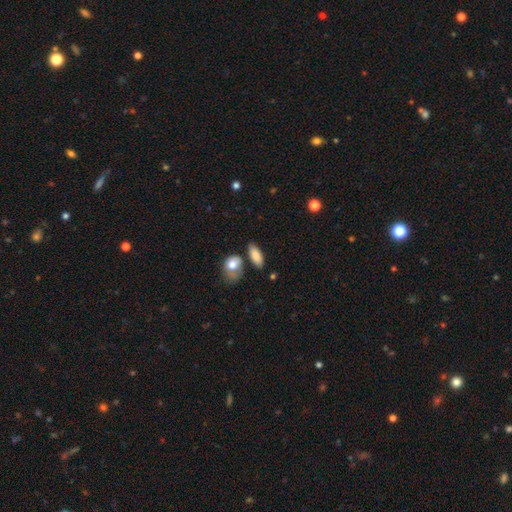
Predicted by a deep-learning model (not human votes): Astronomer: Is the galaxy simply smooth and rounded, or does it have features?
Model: smooth — 84%.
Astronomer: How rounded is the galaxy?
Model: in between — 83%.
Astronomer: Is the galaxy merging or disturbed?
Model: none — 64%.